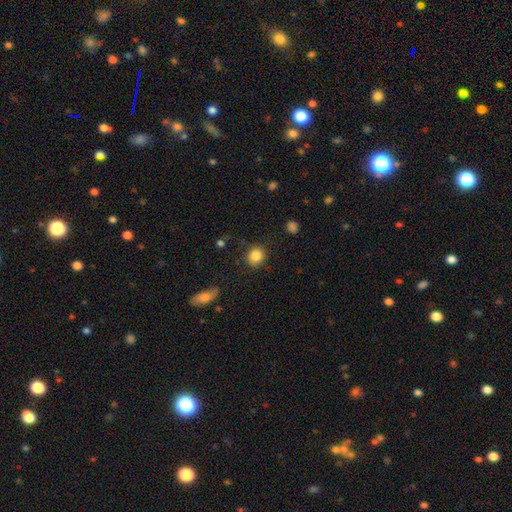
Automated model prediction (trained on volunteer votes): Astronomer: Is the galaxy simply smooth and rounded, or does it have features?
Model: smooth — 85%.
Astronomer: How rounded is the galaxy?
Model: round — 84%.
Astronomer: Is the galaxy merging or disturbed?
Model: none — 82%.